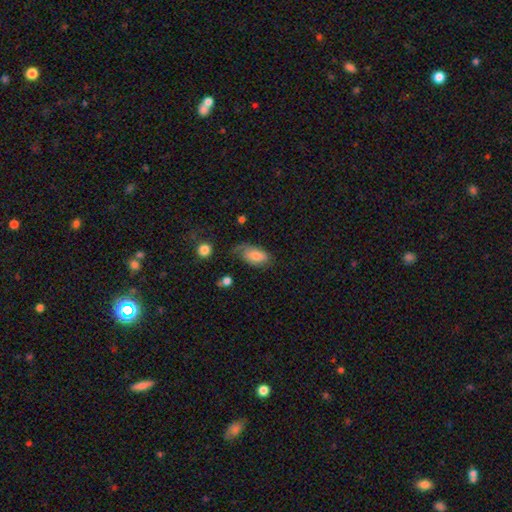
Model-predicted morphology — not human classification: A smooth galaxy with no disk features (72%) that is in between round and cigar-shaped (92%). Merging: none (42%).